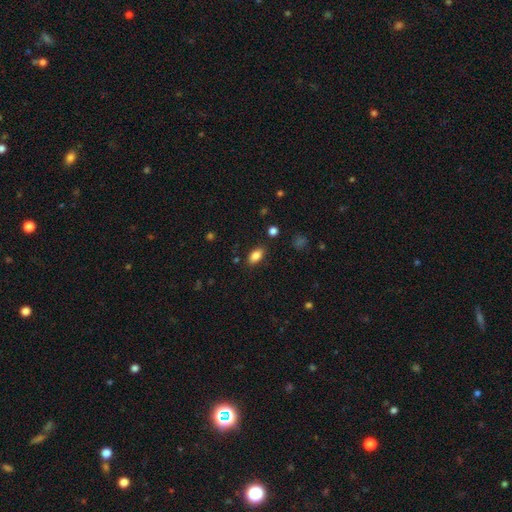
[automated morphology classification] smooth-or-featured: smooth: 84% | star or artifact: 9% | featured or disk: 7%
  how-rounded: in between: 90% | round: 6% | cigar-shaped: 4%
  merging: none: 85% | minor disturbance: 11% | major disturbance: 3% | merger: 2%